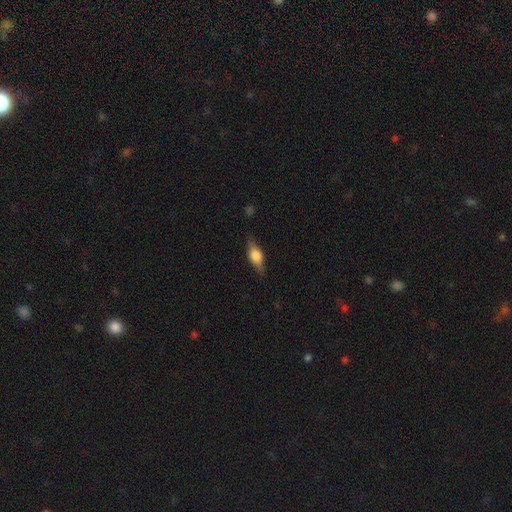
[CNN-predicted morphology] smooth-or-featured: smooth: 52% | featured or disk: 41% | star or artifact: 7%
  how-rounded: in between: 71% | cigar-shaped: 22% | round: 7%
  merging: none: 78% | minor disturbance: 16% | major disturbance: 4% | merger: 1%